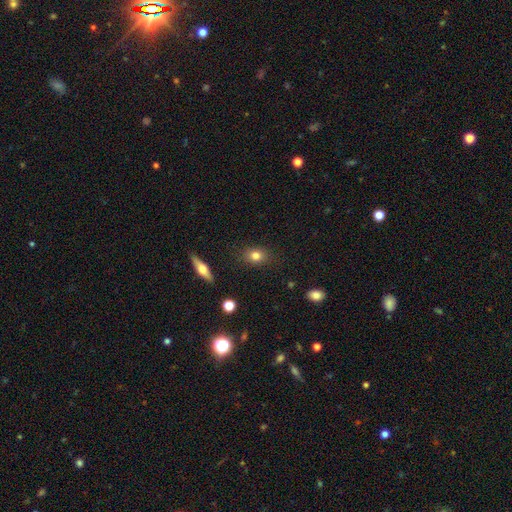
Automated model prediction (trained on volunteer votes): Smooth or featured?
  - smooth: 79% *
  - featured or disk: 11%
  - star or artifact: 10%
How rounded?
  - in between: 56% *
  - round: 41%
  - cigar-shaped: 3%
Merging?
  - none: 86% *
  - minor disturbance: 10%
  - major disturbance: 3%
  - merger: 2%